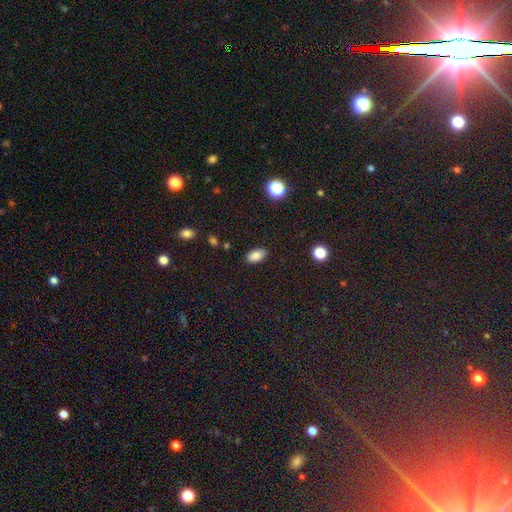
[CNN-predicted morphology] This is clearly a smooth galaxy (85%). How rounded: clearly in between (92%). Merging: clearly none (87%).